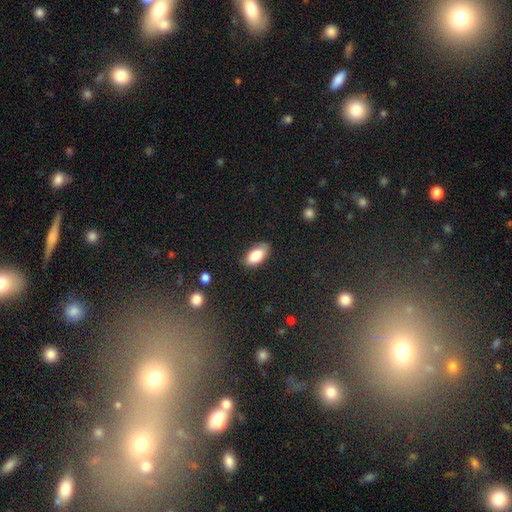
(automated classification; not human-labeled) A smooth galaxy with no disk features (82%) that is in between round and cigar-shaped (92%). Merging: none (81%).